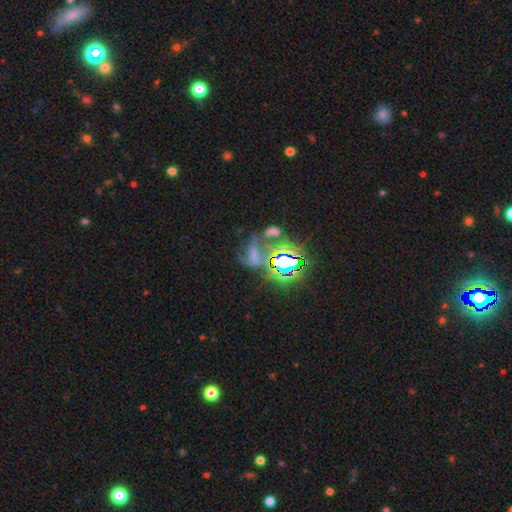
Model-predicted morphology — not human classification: A star or artifact, not a galaxy (48%).